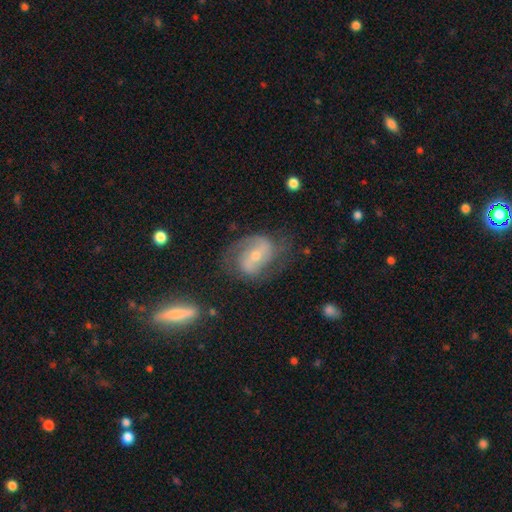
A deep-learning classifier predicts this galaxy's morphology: Q: Smooth or featured?
A: featured or disk (80%); runner-up: smooth (14%)
Q: Edge-on disk?
A: no (96%); runner-up: yes (4%)
Q: Bar?
A: weak (41%); runner-up: strong (31%)
Q: Spiral arms?
A: yes (91%); runner-up: no (9%)
Q: Spiral winding?
A: medium (49%); runner-up: loose (27%)
Q: Spiral arm count?
A: 2 (81%); runner-up: can't tell (9%)
Q: Bulge size?
A: small (51%); runner-up: moderate (44%)
Q: Merging?
A: none (63%); runner-up: minor disturbance (20%)